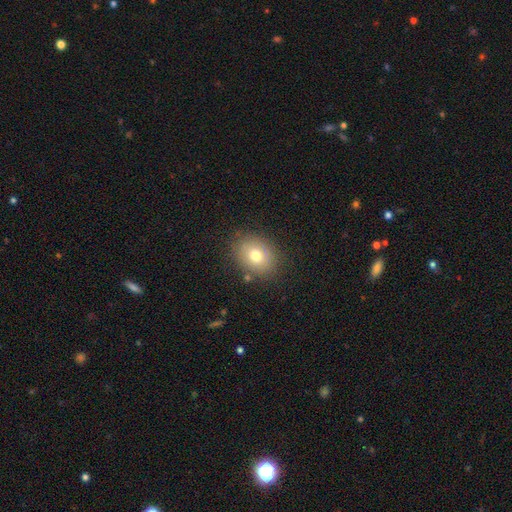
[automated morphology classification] A smooth galaxy with no disk features (74%) that is in between round and cigar-shaped (53%).

Vote fractions:
- Smooth or featured? smooth: 74% / featured or disk: 15% / star or artifact: 11%
- How rounded? in between: 53% / round: 46% / cigar-shaped: 1%
- Merging? none: 82% / minor disturbance: 12% / major disturbance: 4% / merger: 3%